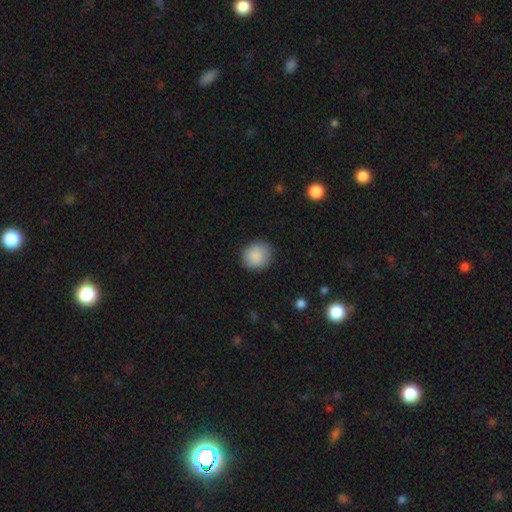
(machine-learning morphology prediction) Smooth or featured? Predicted: smooth (p=0.88). How rounded? Predicted: round (p=0.77). Merging? Predicted: none (p=0.84).